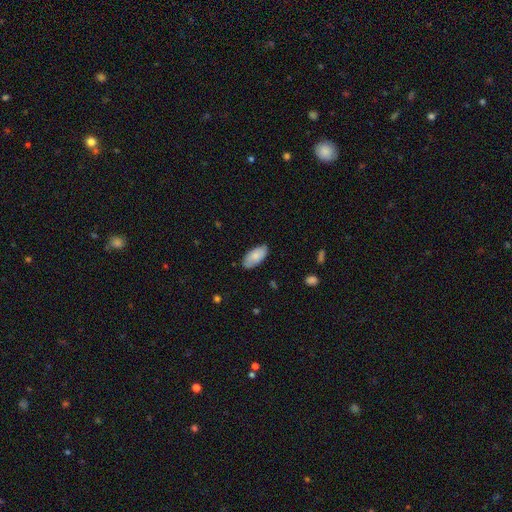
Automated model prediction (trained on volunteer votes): smooth_or_featured: smooth (p=0.84) [alt: featured or disk p=0.11]
how_rounded: in between (p=0.93) [alt: cigar-shaped p=0.05]
merging: none (p=0.82) [alt: minor disturbance p=0.15]